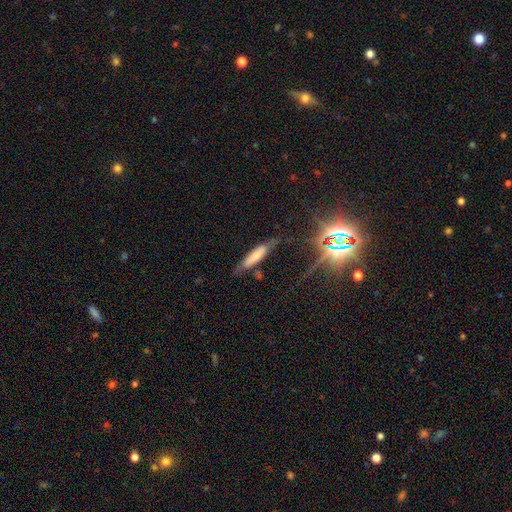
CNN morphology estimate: Overall: smooth (62%; featured or disk 28%). How rounded: cigar-shaped (79%). Merging: none (65%).